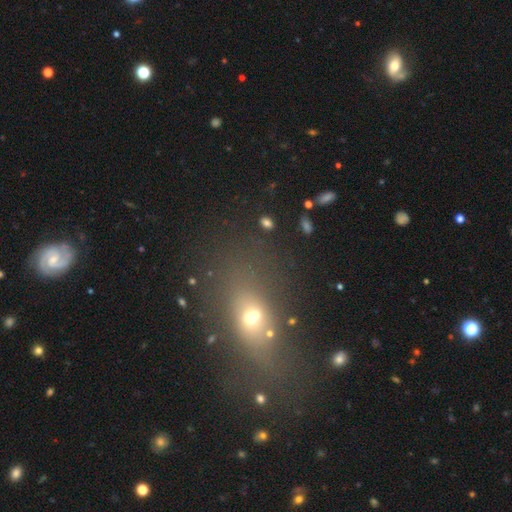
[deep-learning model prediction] Smooth or featured? smooth (48%)
Merging? none (65%)